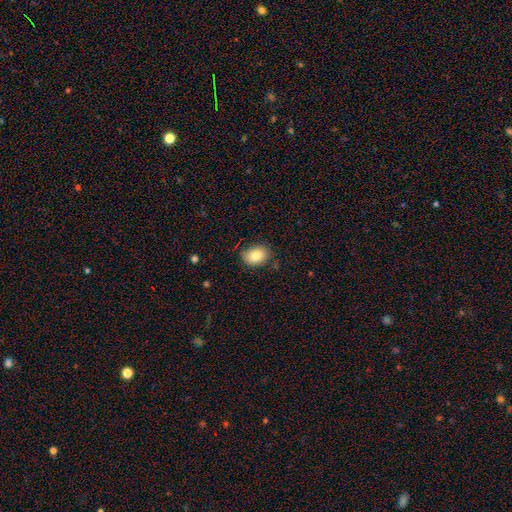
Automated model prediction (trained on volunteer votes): A smooth galaxy with no disk features (81%) that is in between round and cigar-shaped (71%). Merging: none (81%).